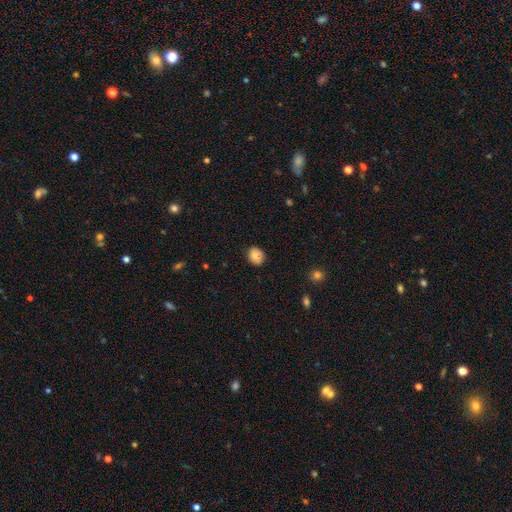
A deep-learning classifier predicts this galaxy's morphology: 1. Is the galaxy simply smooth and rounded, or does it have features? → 83% smooth, 9% star or artifact, 8% featured or disk.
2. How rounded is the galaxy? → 63% round, 36% in between, 1% cigar-shaped.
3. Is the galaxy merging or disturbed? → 84% none, 12% minor disturbance, 2% major disturbance, 1% merger.